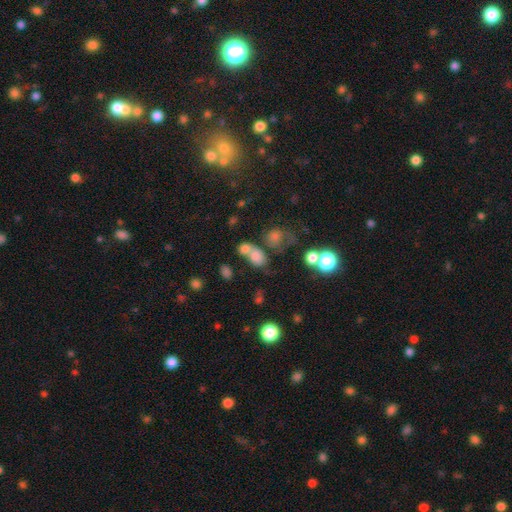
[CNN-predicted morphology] This appears to be a smooth galaxy with no disk features (72%) that is in between round and cigar-shaped (56%). Merging: merger (50%).